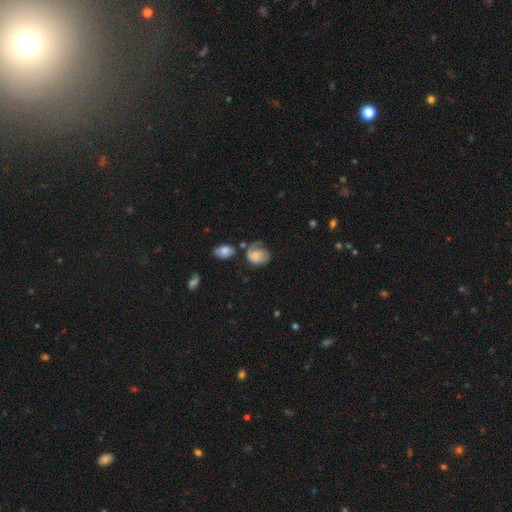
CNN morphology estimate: This is possibly a smooth galaxy (50%). Merging: marginally none (37%).